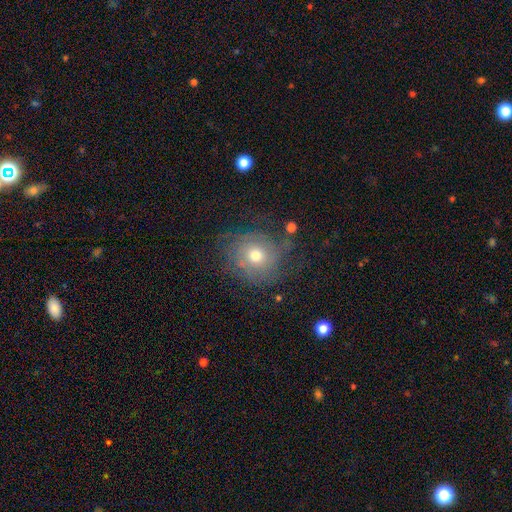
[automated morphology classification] Smooth or featured: smooth — 44% (tied with featured or disk — 44%)
Merging: none — 62% (minor disturbance — 20%)